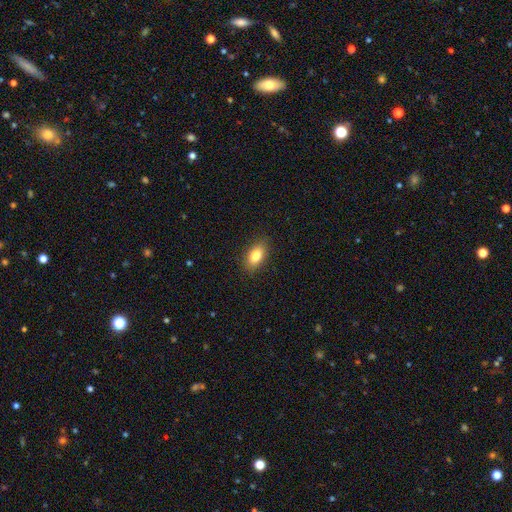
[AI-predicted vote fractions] Smooth or featured?
  - smooth: 81% *
  - featured or disk: 11%
  - star or artifact: 8%
How rounded?
  - in between: 88% *
  - round: 8%
  - cigar-shaped: 4%
Merging?
  - none: 86% *
  - minor disturbance: 10%
  - major disturbance: 2%
  - merger: 1%